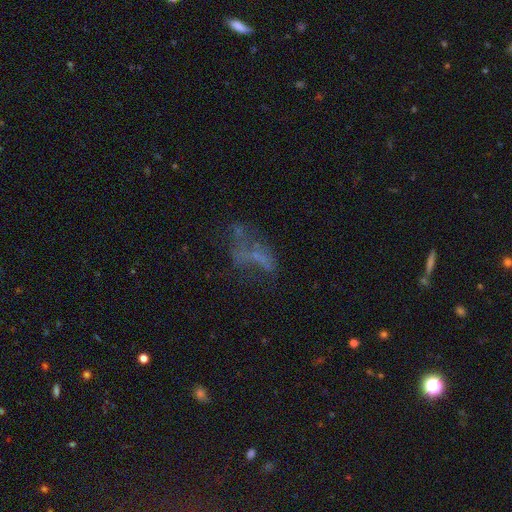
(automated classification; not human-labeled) Smooth or featured?
  - featured or disk: 46% *
  - smooth: 29%
  - star or artifact: 26%
Merging?
  - none: 37% *
  - major disturbance: 35%
  - minor disturbance: 17%
  - merger: 11%